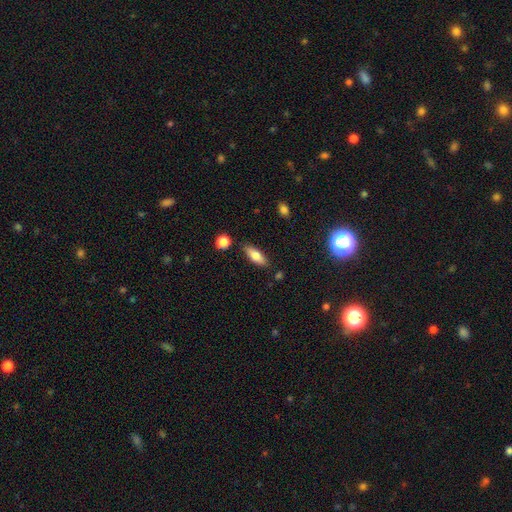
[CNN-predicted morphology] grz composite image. It shows a smooth galaxy with no disk features (74%) that is in between round and cigar-shaped (66%). Merging: none (81%).